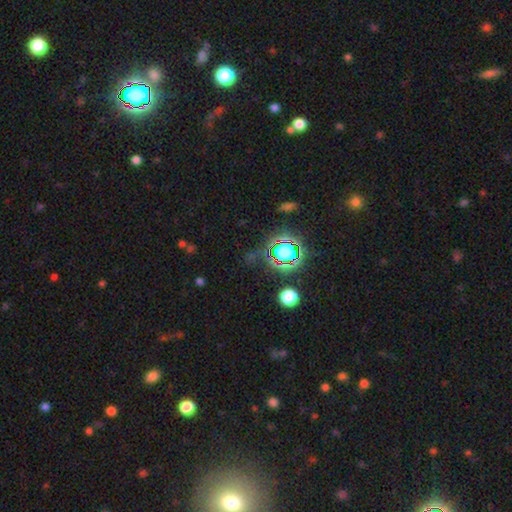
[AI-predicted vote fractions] Smooth or featured? star or artifact (75%)